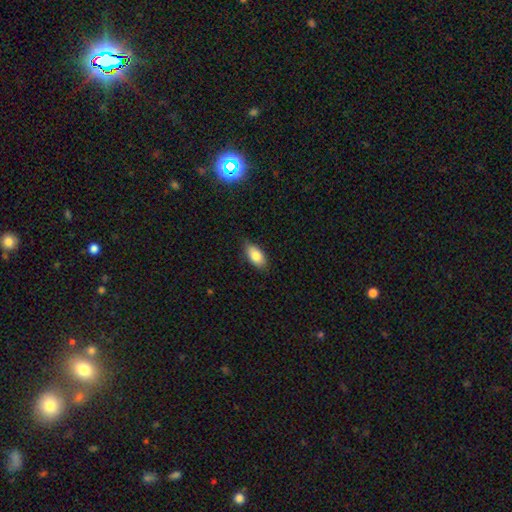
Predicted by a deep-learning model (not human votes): The model was most divided on "merging": none: 81%, minor disturbance: 16%, major disturbance: 2%, merger: 1%. More confident: how rounded — in between (92%); smooth or featured — smooth (82%).